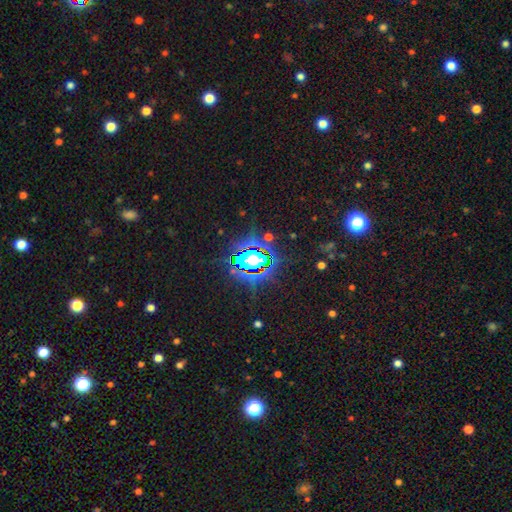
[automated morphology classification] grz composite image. It shows a star or artifact, not a galaxy (71%).